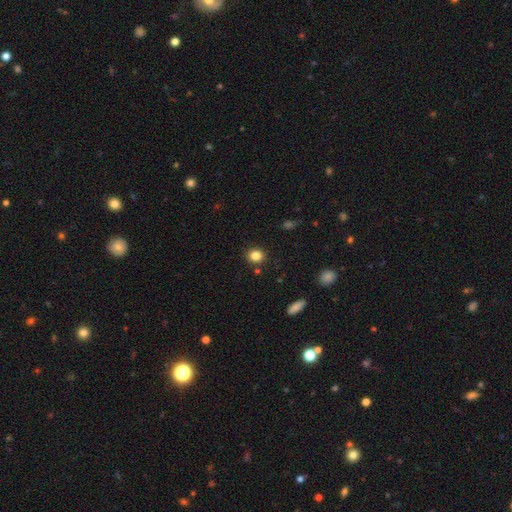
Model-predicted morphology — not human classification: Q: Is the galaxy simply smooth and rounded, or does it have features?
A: smooth — 83%.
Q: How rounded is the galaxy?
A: round — 73%.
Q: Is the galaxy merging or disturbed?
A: none — 87%.